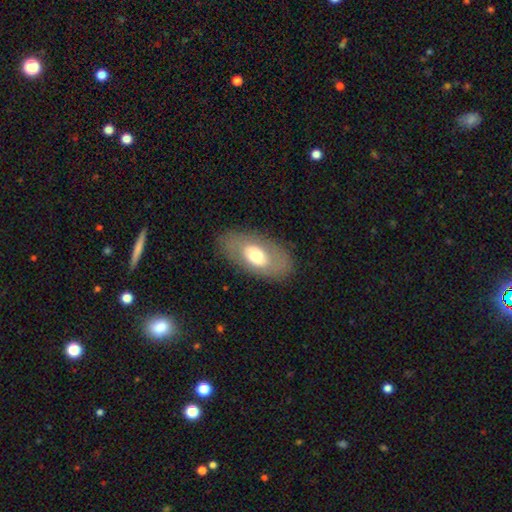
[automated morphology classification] smooth 55%, featured or disk 38%, star or artifact 7%. Down the decision tree: how rounded — in between (91%); merging — none (81%).